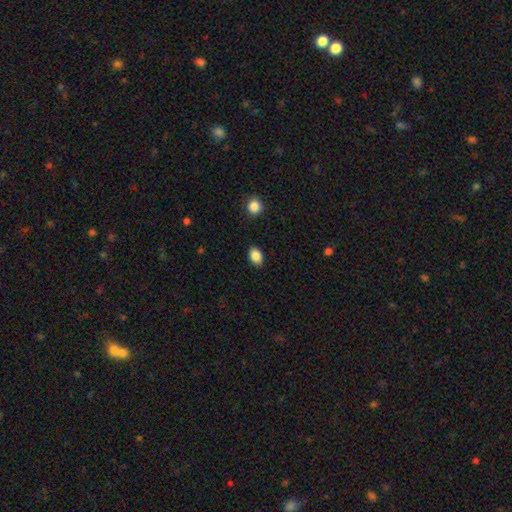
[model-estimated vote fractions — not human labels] Smooth or featured? smooth (87%)
How rounded? in between (79%)
Merging? none (87%)